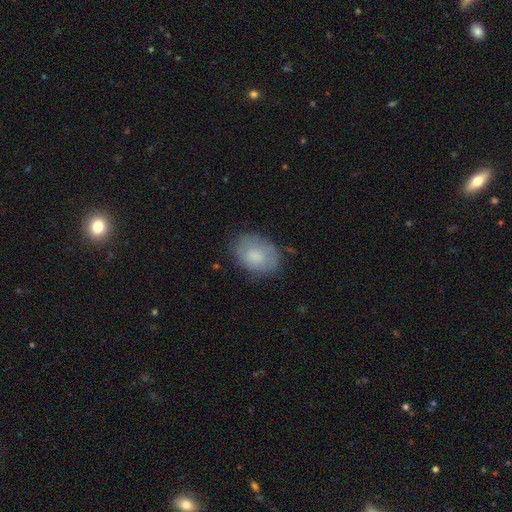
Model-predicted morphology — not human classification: Overall: smooth (74%). How rounded: in between (74%). Merging: none (73%).